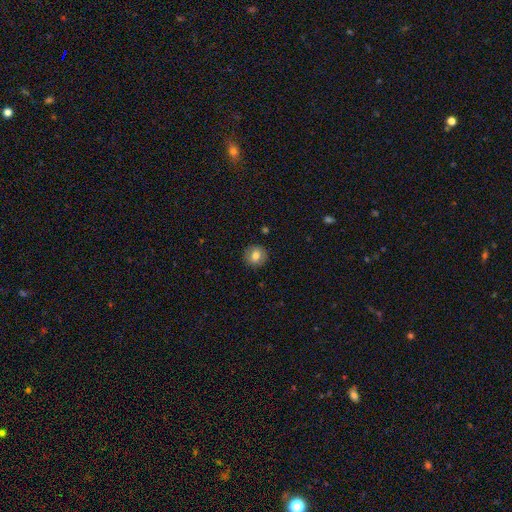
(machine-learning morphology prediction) type=smooth (79%); roundness=round (90%); merging=none (90%).